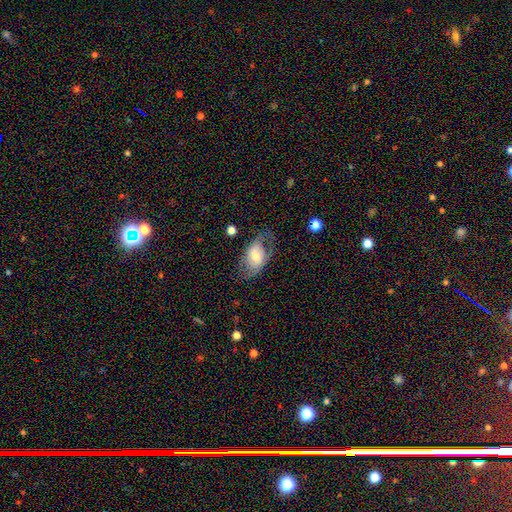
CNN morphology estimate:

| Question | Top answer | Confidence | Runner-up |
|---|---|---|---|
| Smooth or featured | smooth | 51% | featured or disk (41%) |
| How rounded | in between | 87% | round (11%) |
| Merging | none | 55% | minor disturbance (24%) |